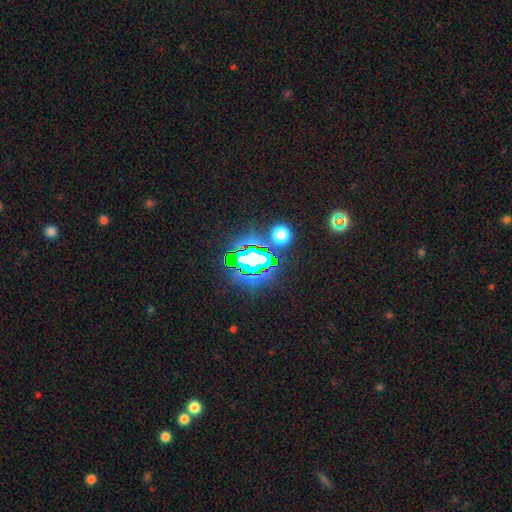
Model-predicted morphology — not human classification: smooth_or_featured: star or artifact (p=0.68) [alt: smooth p=0.21]